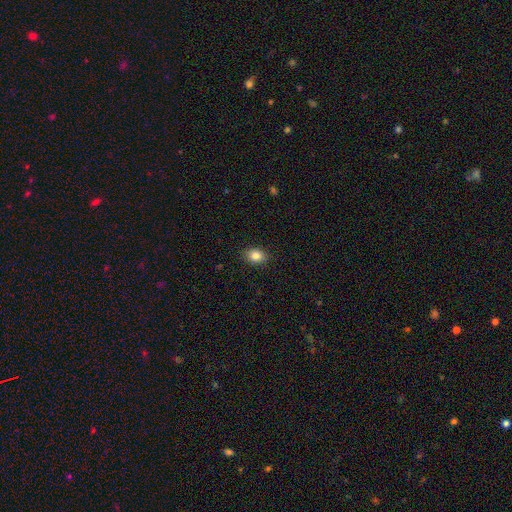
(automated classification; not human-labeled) A smooth galaxy with no disk features (84%) that is in between round and cigar-shaped (62%).

Vote fractions:
- Smooth or featured? smooth: 84% / star or artifact: 10% / featured or disk: 6%
- How rounded? in between: 62% / round: 37% / cigar-shaped: 1%
- Merging? none: 89% / minor disturbance: 8% / major disturbance: 2% / merger: 1%